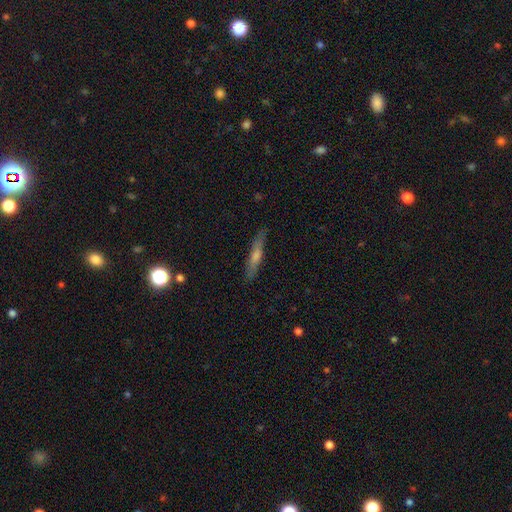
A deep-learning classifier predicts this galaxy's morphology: A featured or disk galaxy (47%).

Vote fractions:
- Smooth or featured? featured or disk: 47% / smooth: 44% / star or artifact: 8%
- Merging? none: 86% / minor disturbance: 10% / major disturbance: 2% / merger: 1%